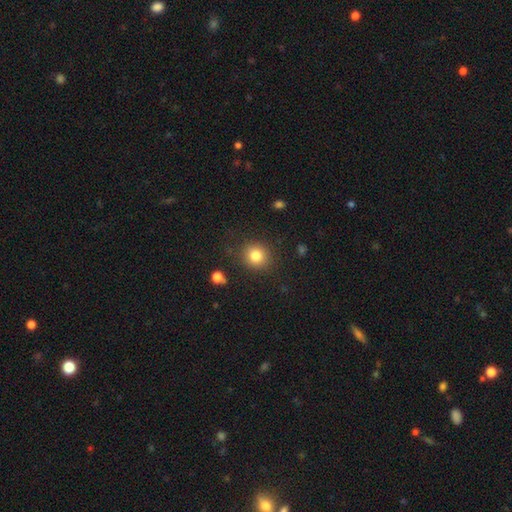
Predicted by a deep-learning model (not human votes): The model was most divided on "smooth or featured": smooth: 82%, star or artifact: 12%, featured or disk: 7%. More confident: how rounded — round (88%); merging — none (86%).